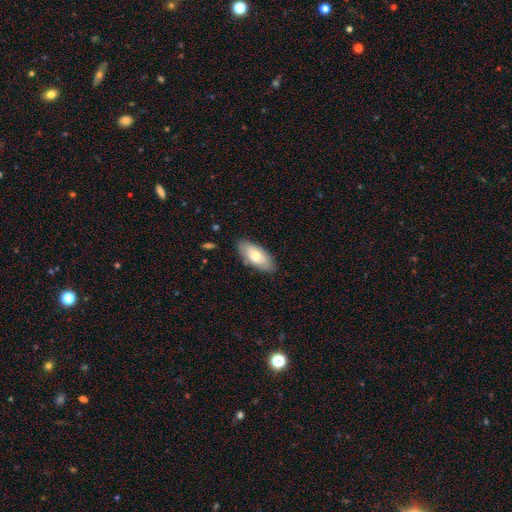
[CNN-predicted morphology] This appears to be a smooth galaxy with no disk features (65%) that is in between round and cigar-shaped (88%). Merging: none (83%).